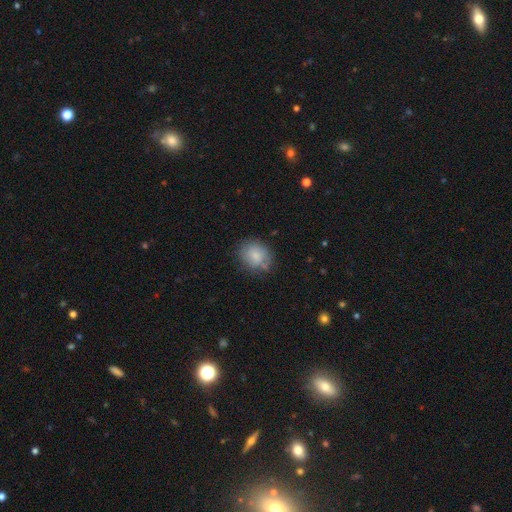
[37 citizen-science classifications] Overall: smooth (78%). How rounded: round (69%; in between 31%). Merging: none (66%).